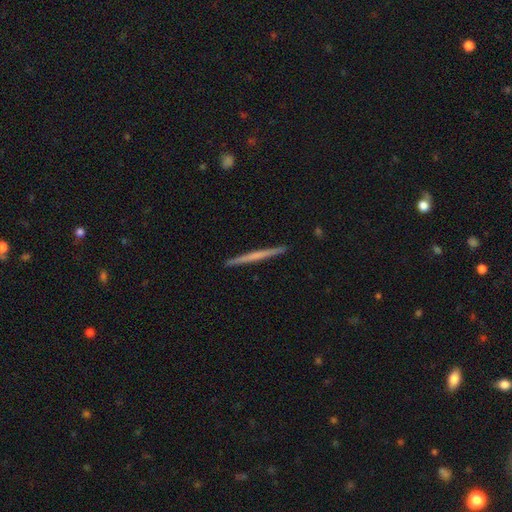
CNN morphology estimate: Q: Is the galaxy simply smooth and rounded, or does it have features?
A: featured or disk — 56%.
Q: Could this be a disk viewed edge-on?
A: yes — 98%.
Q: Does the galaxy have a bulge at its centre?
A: none — 81%.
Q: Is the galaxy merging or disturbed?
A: none — 93%.